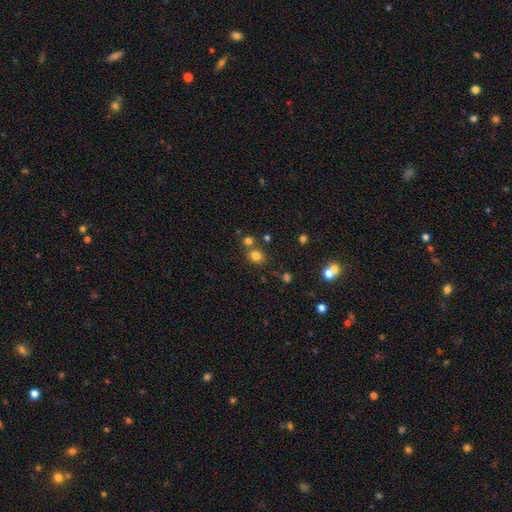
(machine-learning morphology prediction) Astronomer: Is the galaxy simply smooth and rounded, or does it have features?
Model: smooth — 78%.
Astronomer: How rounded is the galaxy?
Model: round — 73%.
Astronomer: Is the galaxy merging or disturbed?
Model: none — 66%.